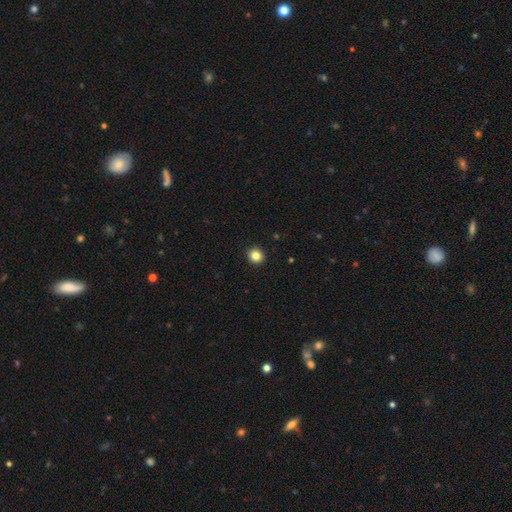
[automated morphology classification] A smooth galaxy with no disk features (84%) that is round (92%). Merging: none (93%).